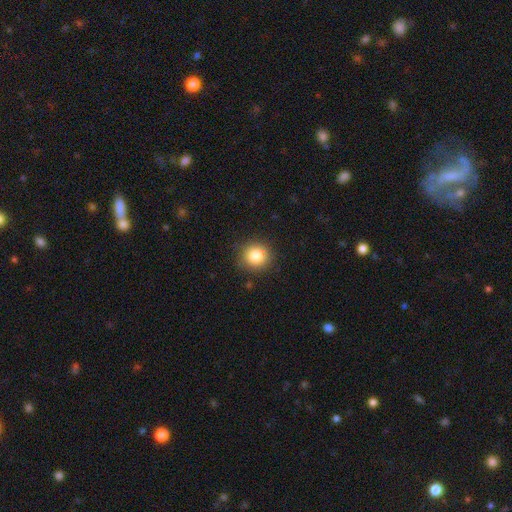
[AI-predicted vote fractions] Smooth or featured?
  - smooth: 83% *
  - star or artifact: 10%
  - featured or disk: 6%
How rounded?
  - round: 91% *
  - in between: 8%
  - cigar-shaped: 1%
Merging?
  - none: 87% *
  - minor disturbance: 10%
  - major disturbance: 3%
  - merger: 1%